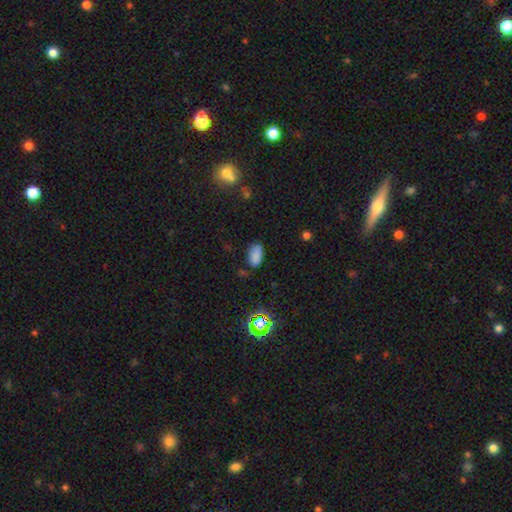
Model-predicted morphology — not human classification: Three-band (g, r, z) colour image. It shows a smooth galaxy with no disk features (81%) that is in between round and cigar-shaped (93%). Merging: none (78%).